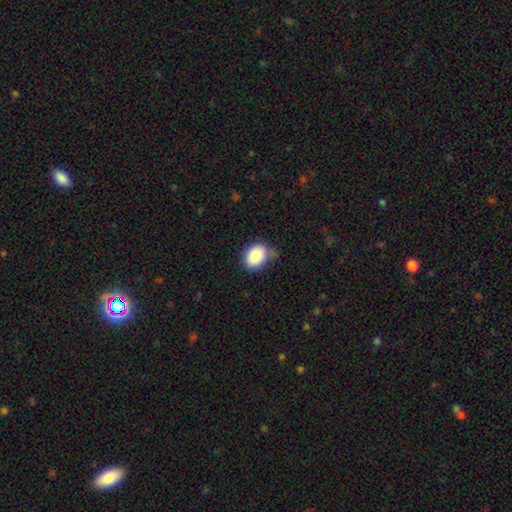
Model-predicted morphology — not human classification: smooth 89%, star or artifact 7%, featured or disk 4%. Down the decision tree: how rounded — in between (69%); merging — none (62%).